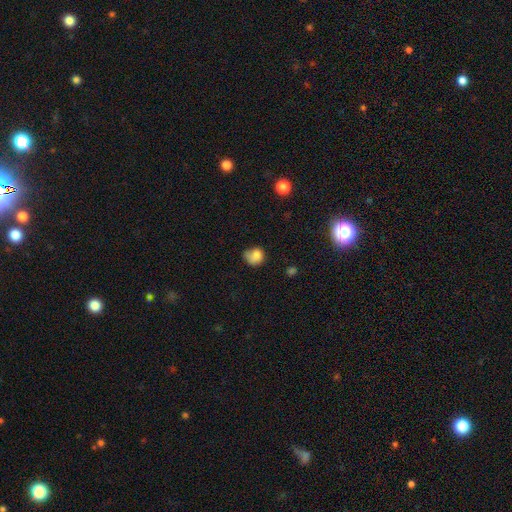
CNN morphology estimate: smooth-or-featured: smooth: 80% | featured or disk: 10% | star or artifact: 10%
  how-rounded: round: 70% | in between: 29% | cigar-shaped: 1%
  merging: none: 44% | minor disturbance: 34% | major disturbance: 17% | merger: 5%